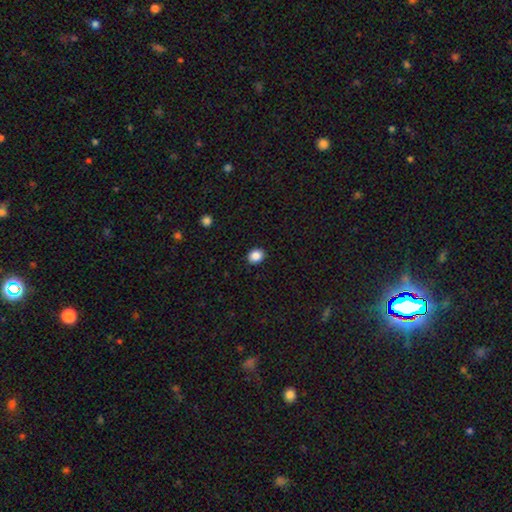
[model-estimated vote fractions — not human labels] smooth_or_featured: smooth (p=0.87) [alt: star or artifact p=0.10]
how_rounded: round (p=0.58) [alt: in between p=0.42]
merging: none (p=0.91) [alt: minor disturbance p=0.06]